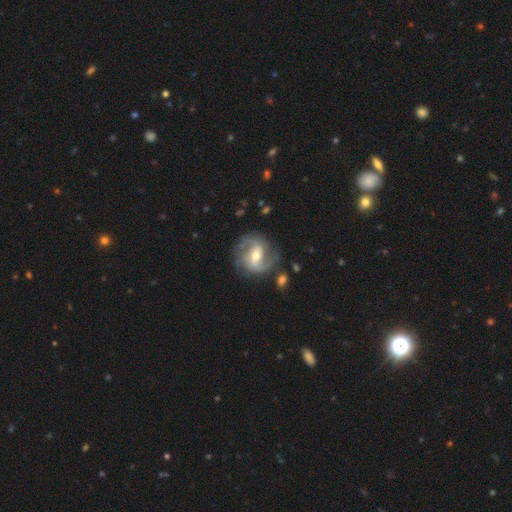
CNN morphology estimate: featured or disk 85%, smooth 10%, star or artifact 5%. Down the decision tree: edge-on disk — no (97%); bar — weak (45%); spiral arms — yes (94%); spiral arm count — 2 (83%); spiral winding — medium (50%); bulge size — moderate (59%); merging — none (76%).